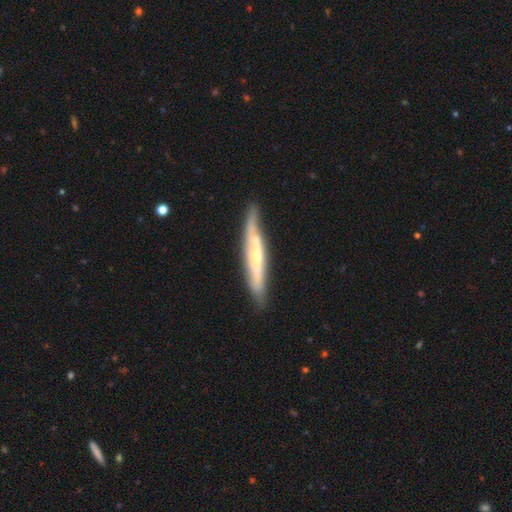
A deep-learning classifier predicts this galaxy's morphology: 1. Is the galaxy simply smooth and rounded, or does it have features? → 66% featured or disk, 28% smooth, 6% star or artifact.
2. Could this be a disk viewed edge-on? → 78% yes, 22% no.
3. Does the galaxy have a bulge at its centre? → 57% rounded, 34% none, 9% boxy.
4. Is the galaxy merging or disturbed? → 72% none, 20% minor disturbance, 4% major disturbance, 3% merger.